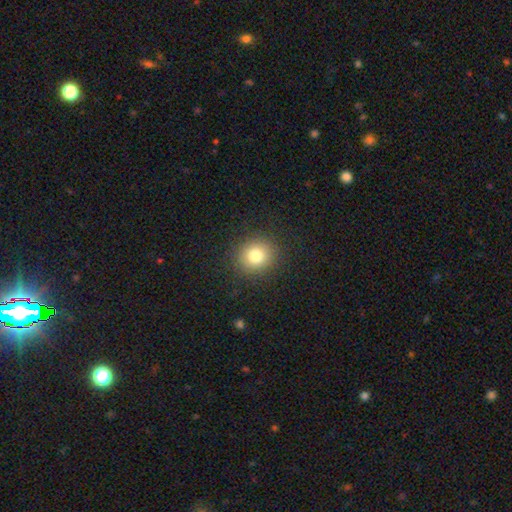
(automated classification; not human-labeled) Smooth or featured: smooth — 80% (star or artifact — 12%)
How rounded: round — 85% (in between — 14%)
Merging: none — 89% (minor disturbance — 7%)